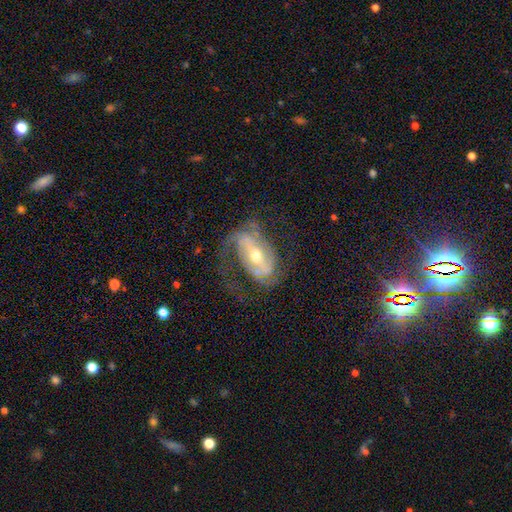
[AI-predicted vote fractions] Smooth or featured? Predicted: featured or disk (p=0.84). Edge-on disk? Predicted: no (p=0.94). Bar? Predicted: strong (p=0.50). Spiral arms? Predicted: yes (p=0.91). Spiral winding? Predicted: medium (p=0.43). Spiral arm count? Predicted: 2 (p=0.61). Bulge size? Predicted: moderate (p=0.55). Merging? Predicted: none (p=0.51).